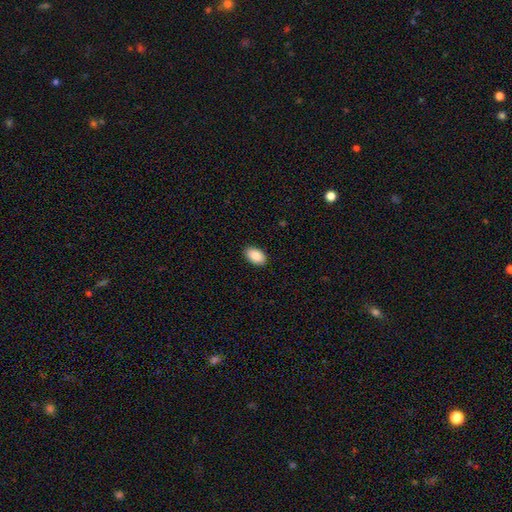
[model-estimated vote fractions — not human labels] This appears to be a smooth galaxy with no disk features (89%) that is in between round and cigar-shaped (93%). Merging: none (90%).